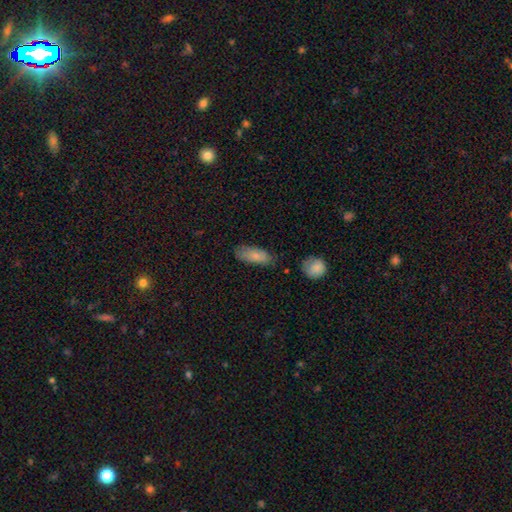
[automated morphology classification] This appears to be a smooth galaxy with no disk features (81%) that is in between round and cigar-shaped (80%). Merging: none (68%).